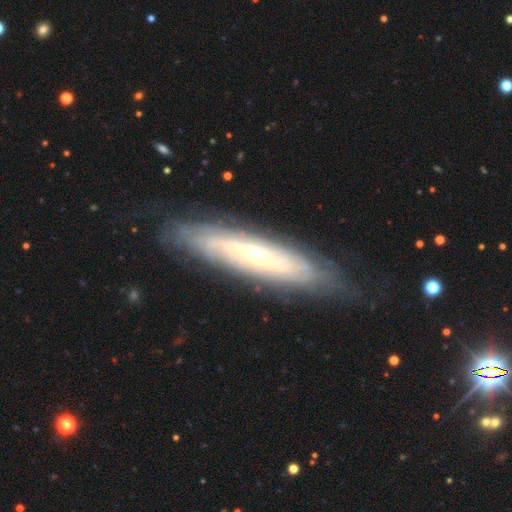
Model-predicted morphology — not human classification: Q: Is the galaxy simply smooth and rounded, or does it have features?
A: featured or disk — 78%.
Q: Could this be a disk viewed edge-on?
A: no — 64%.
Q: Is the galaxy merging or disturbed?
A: none — 80%.